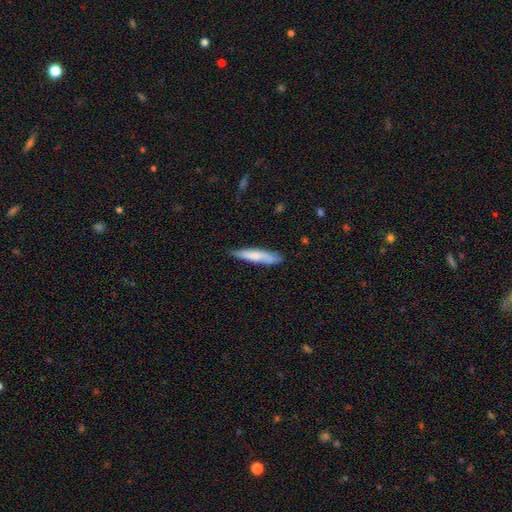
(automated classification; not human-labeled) Smooth or featured?
  - smooth: 70% *
  - featured or disk: 25%
  - star or artifact: 6%
How rounded?
  - cigar-shaped: 87% *
  - in between: 11%
  - round: 1%
Merging?
  - none: 71% *
  - minor disturbance: 23%
  - major disturbance: 4%
  - merger: 2%